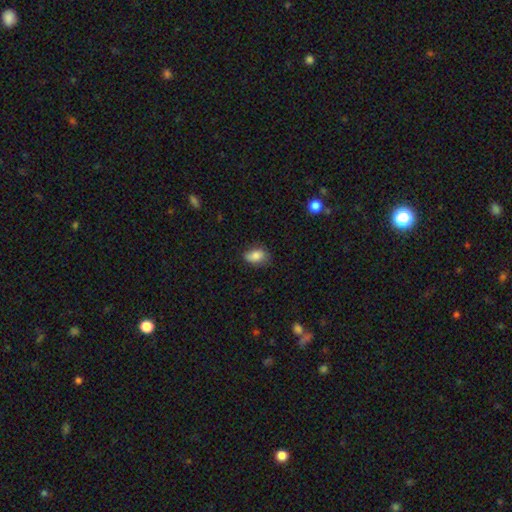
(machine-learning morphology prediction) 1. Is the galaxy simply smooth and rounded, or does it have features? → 82% smooth, 10% featured or disk, 8% star or artifact.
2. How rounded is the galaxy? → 84% in between, 14% round, 2% cigar-shaped.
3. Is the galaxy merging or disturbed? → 71% none, 24% minor disturbance, 4% major disturbance, 1% merger.